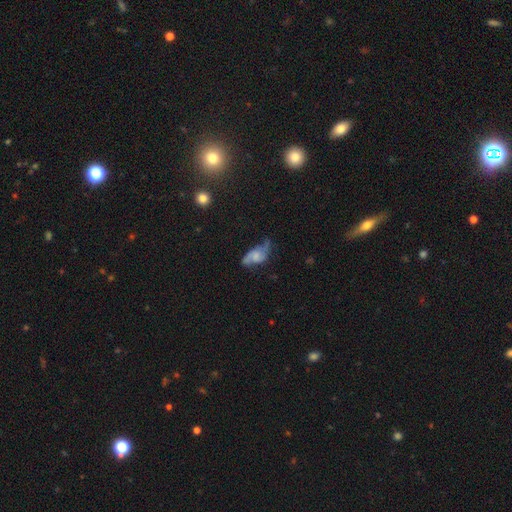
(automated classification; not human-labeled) A featured or disk galaxy (68%) with no bar (57%), 2 (86%) loose (54%) spiral arms (90%) and a small central bulge (34%, tied with none).

Vote fractions:
- Smooth or featured? featured or disk: 68% / smooth: 24% / star or artifact: 8%
- Edge-on disk? no: 95% / yes: 5%
- Bar? no: 57% / weak: 35% / strong: 8%
- Spiral arms? yes: 90% / no: 10%
- Spiral winding? loose: 54% / medium: 34% / tight: 12%
- Spiral arm count? 2: 86% / can't tell: 6% / 1: 4% / 3: 2% / 4: 1% / more than 4: 1%
- Bulge size? small: 34% (tied) / none: 34% (tied) / moderate: 23% / large: 6% / dominant: 2%
- Merging? none: 47% / minor disturbance: 29% / major disturbance: 20% / merger: 4%